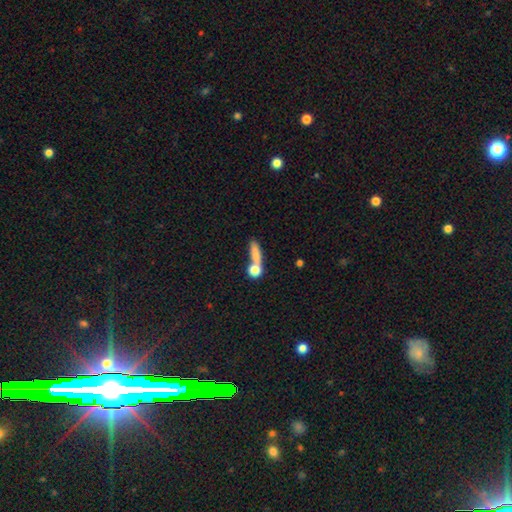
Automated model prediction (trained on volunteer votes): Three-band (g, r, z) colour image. It shows a smooth galaxy with no disk features (73%) that is cigar-shaped (46%). Merging: none (48%).